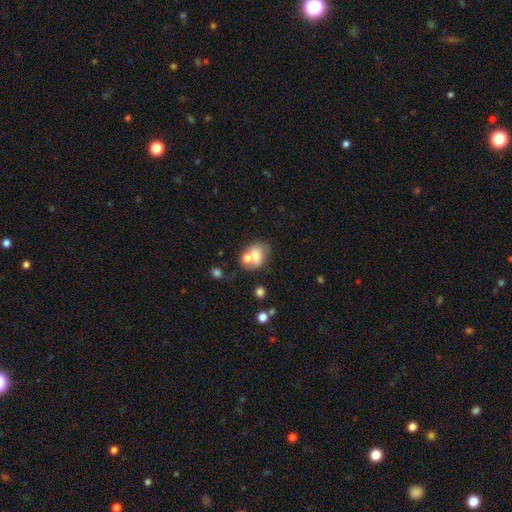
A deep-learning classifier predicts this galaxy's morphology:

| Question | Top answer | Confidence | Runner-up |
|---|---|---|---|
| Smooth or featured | smooth | 67% | featured or disk (23%) |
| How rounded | in between | 51% | round (48%) |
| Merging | merger | 42% | none (39%) |